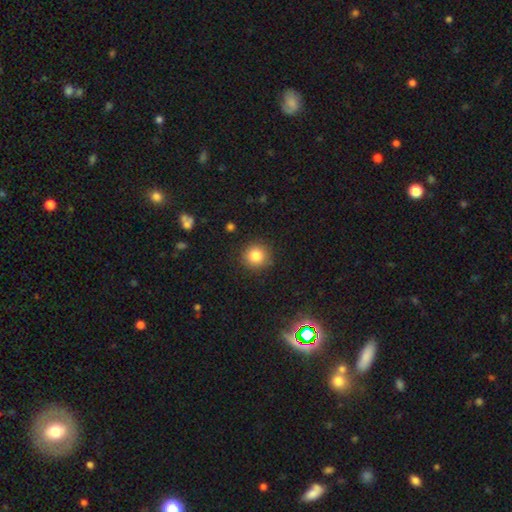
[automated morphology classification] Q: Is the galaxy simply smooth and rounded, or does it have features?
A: smooth — 83%.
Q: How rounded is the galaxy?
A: round — 93%.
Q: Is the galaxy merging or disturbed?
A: none — 89%.